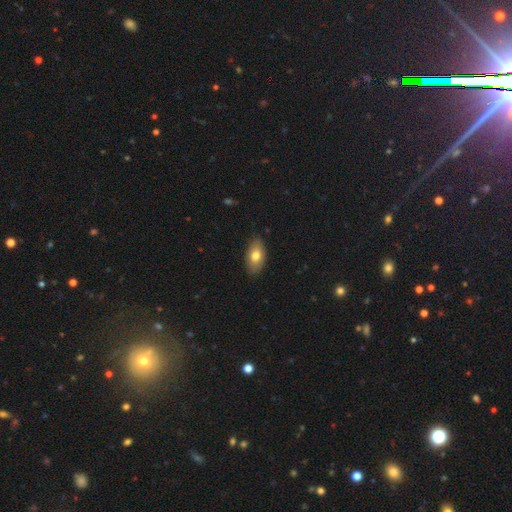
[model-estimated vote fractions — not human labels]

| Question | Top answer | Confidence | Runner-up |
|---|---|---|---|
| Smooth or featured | smooth | 75% | featured or disk (19%) |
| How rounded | in between | 92% | round (4%) |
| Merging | none | 86% | minor disturbance (11%) |